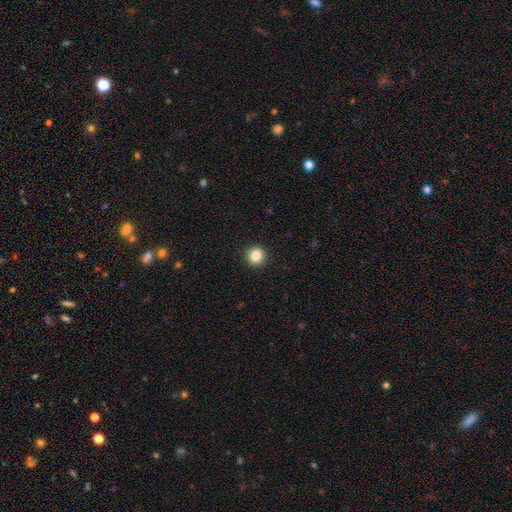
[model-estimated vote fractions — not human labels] Smooth or featured?
  - smooth: 85% *
  - star or artifact: 10%
  - featured or disk: 5%
How rounded?
  - round: 91% *
  - in between: 8%
  - cigar-shaped: 1%
Merging?
  - none: 92% *
  - minor disturbance: 5%
  - major disturbance: 2%
  - merger: 1%